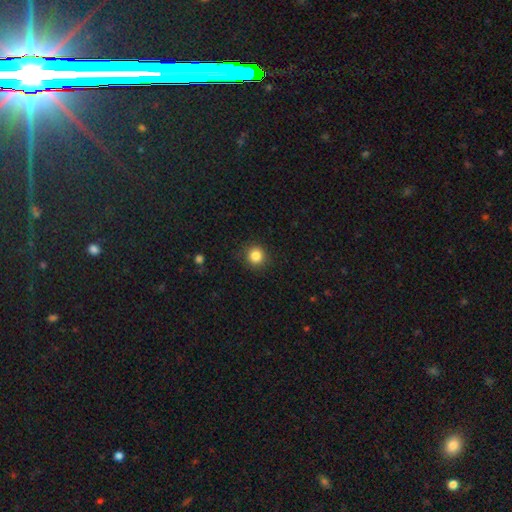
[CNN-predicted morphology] This appears to be a smooth galaxy with no disk features (85%) that is round (94%). Merging: none (90%).